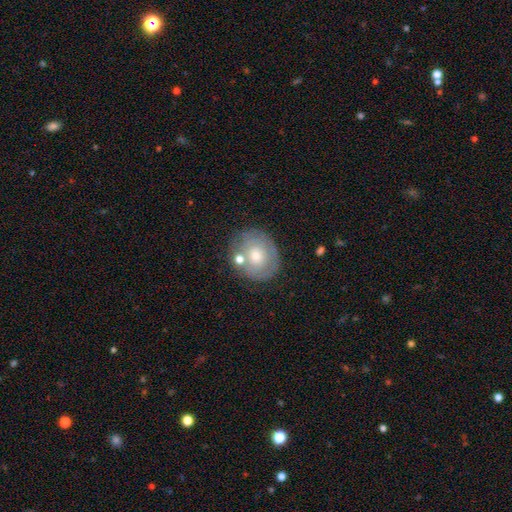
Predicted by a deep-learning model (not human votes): Smooth or featured: smooth — 53% (featured or disk — 39%)
How rounded: round — 70% (in between — 29%)
Merging: none — 67% (minor disturbance — 16%)